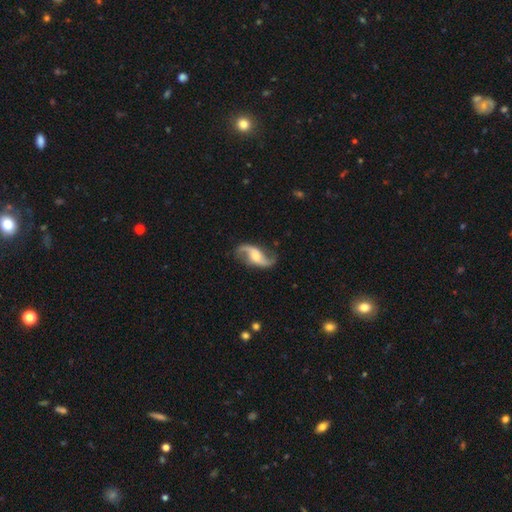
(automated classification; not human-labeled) A featured or disk galaxy (88%) with no bar (49%), 2 (94%) loose (78%) spiral arms (97%) and a moderate central bulge (58%).

Vote fractions:
- Smooth or featured? featured or disk: 88% / smooth: 7% / star or artifact: 5%
- Edge-on disk? no: 96% / yes: 4%
- Bar? no: 49% / weak: 35% / strong: 16%
- Spiral arms? yes: 97% / no: 3%
- Spiral winding? loose: 78% / medium: 18% / tight: 4%
- Spiral arm count? 2: 94% / 1: 2% / can't tell: 2% / 3: 1% / 4: 1% / more than 4: 1%
- Bulge size? moderate: 58% / small: 31% / large: 7% / none: 3% / dominant: 1%
- Merging? none: 80% / minor disturbance: 13% / major disturbance: 5% / merger: 2%